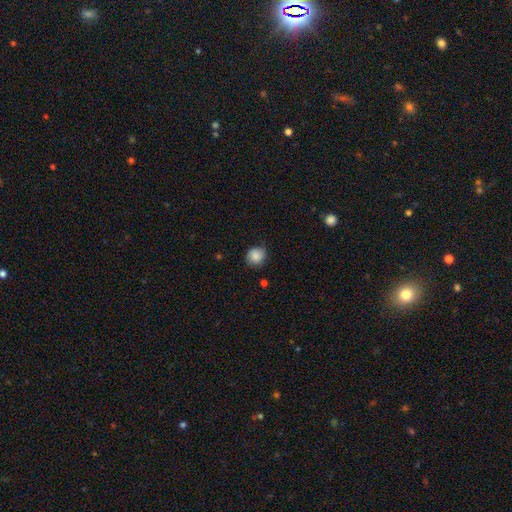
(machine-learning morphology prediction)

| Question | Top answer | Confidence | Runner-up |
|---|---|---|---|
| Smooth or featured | smooth | 83% | featured or disk (8%) |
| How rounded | round | 79% | in between (20%) |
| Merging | none | 75% | minor disturbance (20%) |